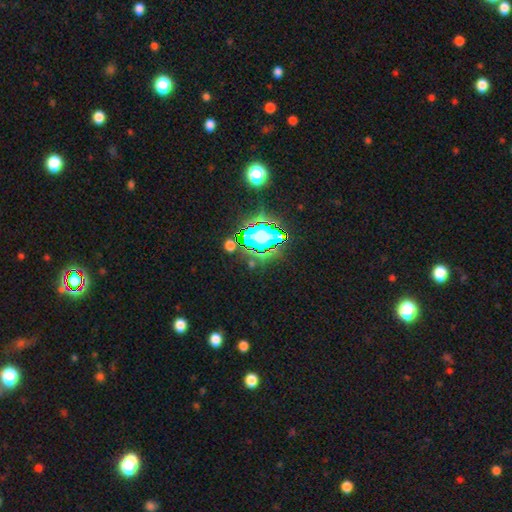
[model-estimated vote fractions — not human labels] Smooth or featured? star or artifact (72%)